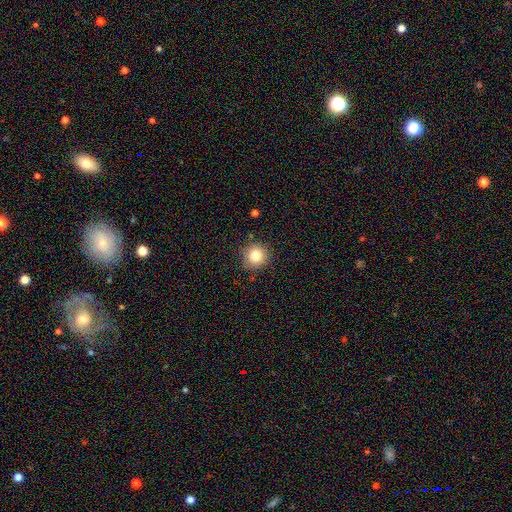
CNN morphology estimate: smooth_or_featured: smooth (p=0.81) [alt: star or artifact p=0.12]
how_rounded: round (p=0.92) [alt: in between p=0.07]
merging: none (p=0.87) [alt: minor disturbance p=0.09]